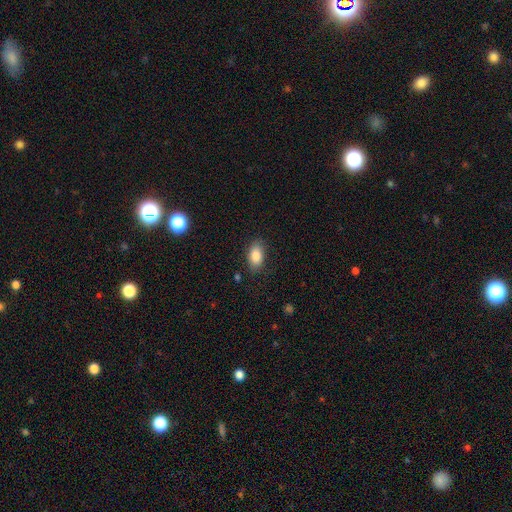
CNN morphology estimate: Smooth or featured?
  - smooth: 85% *
  - star or artifact: 8%
  - featured or disk: 8%
How rounded?
  - in between: 90% *
  - round: 8%
  - cigar-shaped: 3%
Merging?
  - none: 83% *
  - minor disturbance: 13%
  - major disturbance: 3%
  - merger: 1%